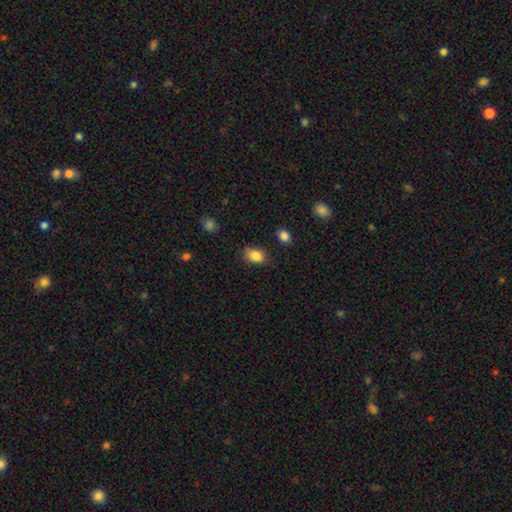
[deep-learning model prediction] Smooth or featured? Predicted: smooth (p=0.85). How rounded? Predicted: in between (p=0.79). Merging? Predicted: none (p=0.73).